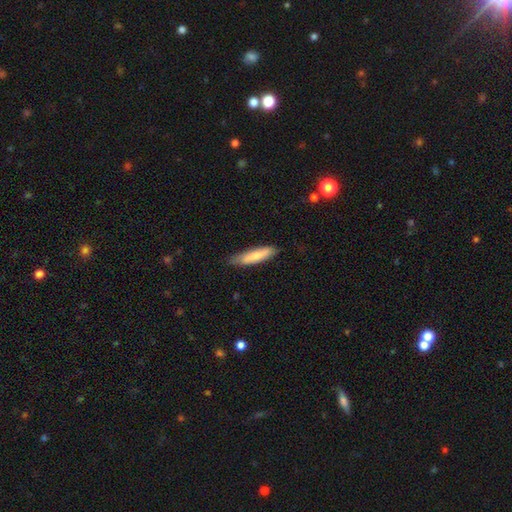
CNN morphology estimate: smooth 71%, featured or disk 23%, star or artifact 5%. Down the decision tree: how rounded — cigar-shaped (73%); merging — none (78%).